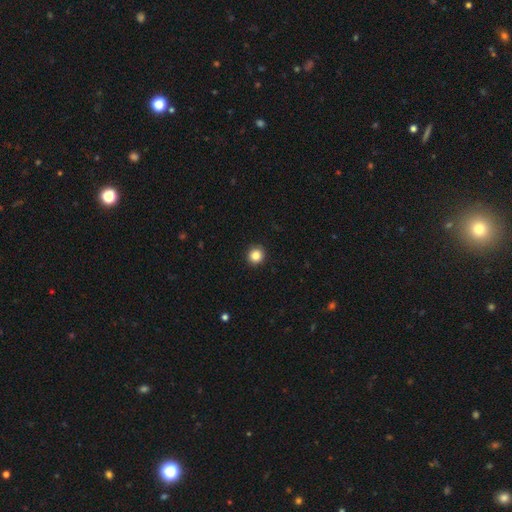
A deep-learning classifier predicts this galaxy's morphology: Smooth or featured?
  - smooth: 85% *
  - star or artifact: 10%
  - featured or disk: 5%
How rounded?
  - round: 94% *
  - in between: 5%
  - cigar-shaped: 1%
Merging?
  - none: 93% *
  - minor disturbance: 5%
  - major disturbance: 1%
  - merger: 1%